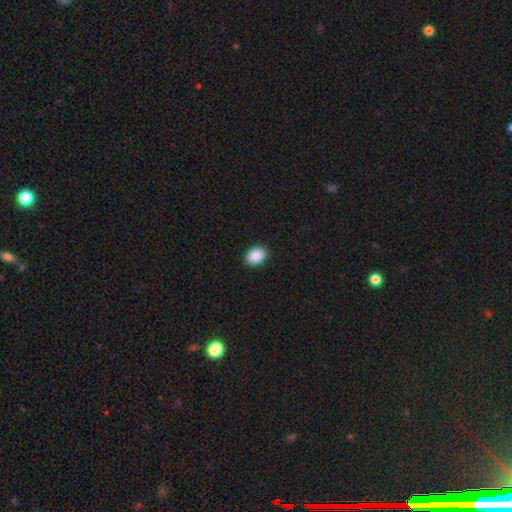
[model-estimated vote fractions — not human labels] This appears to be a smooth galaxy with no disk features (89%) that is in between round and cigar-shaped (65%). Merging: none (90%).